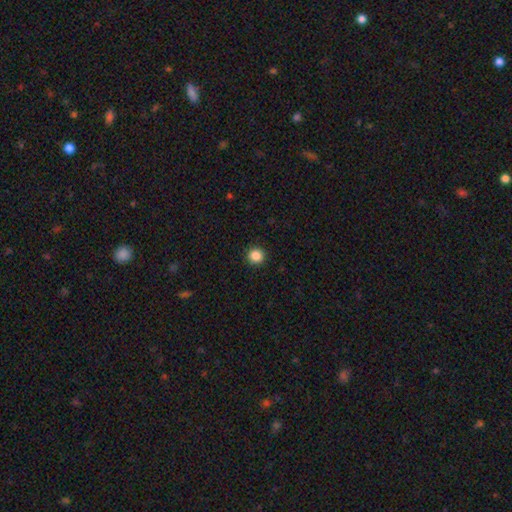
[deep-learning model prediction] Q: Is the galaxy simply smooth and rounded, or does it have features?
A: smooth — 86%.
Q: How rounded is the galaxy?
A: round — 95%.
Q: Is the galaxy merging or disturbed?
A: none — 93%.